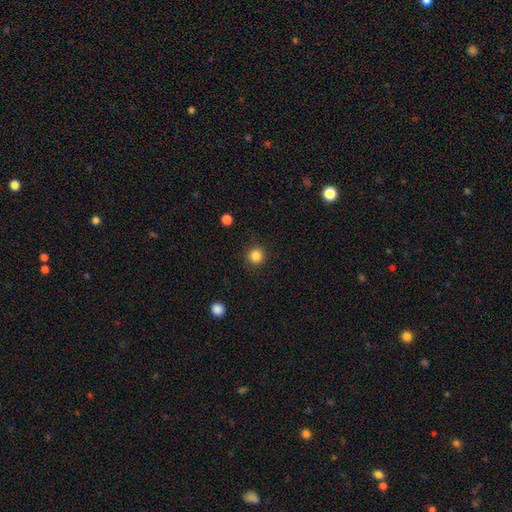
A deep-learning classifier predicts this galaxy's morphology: smooth_or_featured: smooth (p=0.85) [alt: star or artifact p=0.11]
how_rounded: round (p=0.93) [alt: in between p=0.06]
merging: none (p=0.91) [alt: minor disturbance p=0.06]